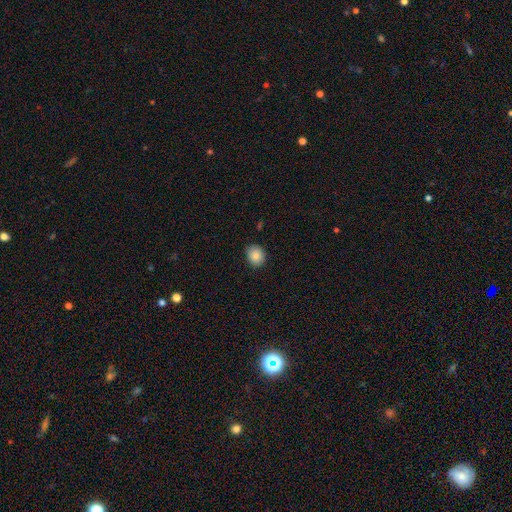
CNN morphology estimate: This is clearly a smooth galaxy (85%). How rounded: likely round (62%). Merging: clearly none (86%).